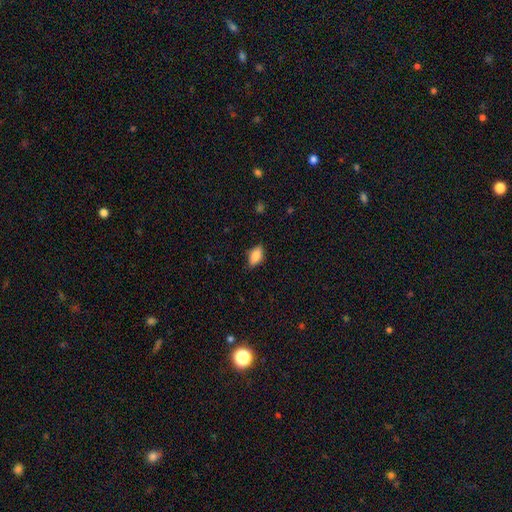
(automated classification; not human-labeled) The model was most divided on "merging": none: 81%, minor disturbance: 16%, major disturbance: 3%, merger: 1%. More confident: how rounded — in between (87%); smooth or featured — smooth (79%).